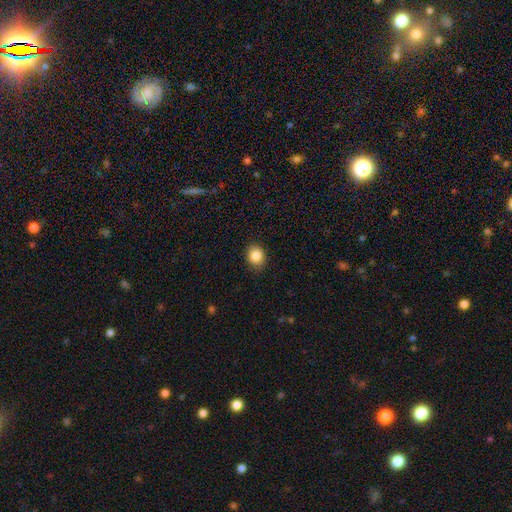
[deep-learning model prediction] Smooth or featured: smooth — 86% (star or artifact — 9%)
How rounded: round — 66% (in between — 34%)
Merging: none — 87% (minor disturbance — 10%)